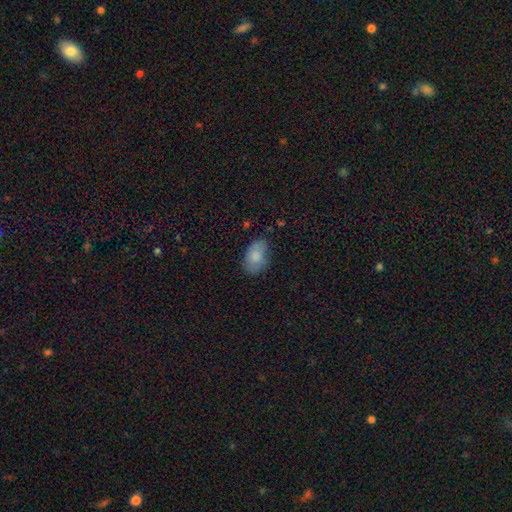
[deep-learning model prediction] A smooth galaxy with no disk features (81%) that is in between round and cigar-shaped (90%). Merging: none (65%).